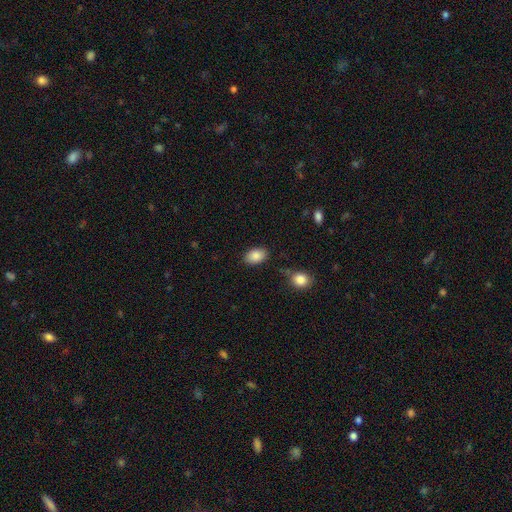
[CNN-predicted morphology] This is clearly a smooth galaxy (87%). How rounded: clearly in between (88%). Merging: clearly none (82%).